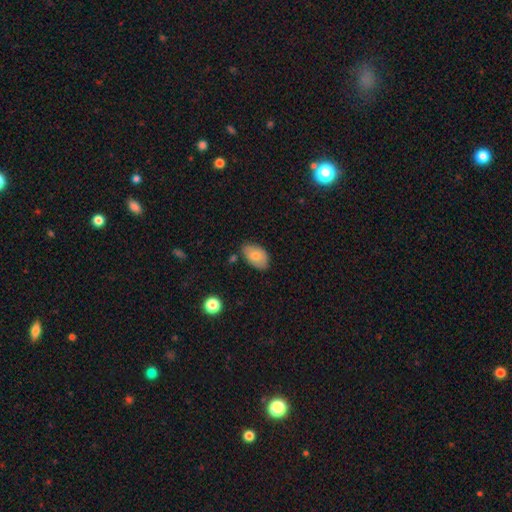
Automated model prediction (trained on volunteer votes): Overall: smooth (78%). How rounded: in between (91%). Merging: none (71%).